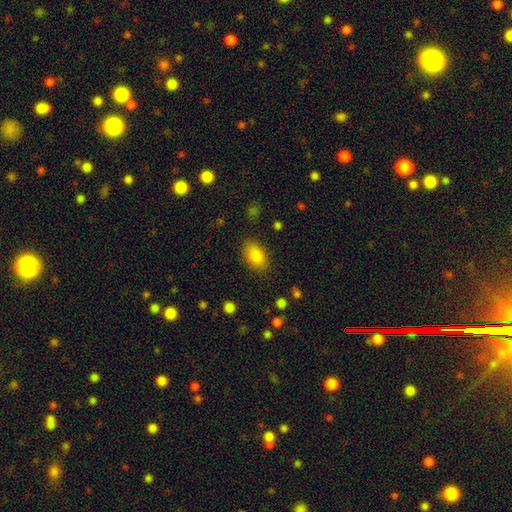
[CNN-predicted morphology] Overall: smooth (84%). How rounded: in between (88%). Merging: none (85%).